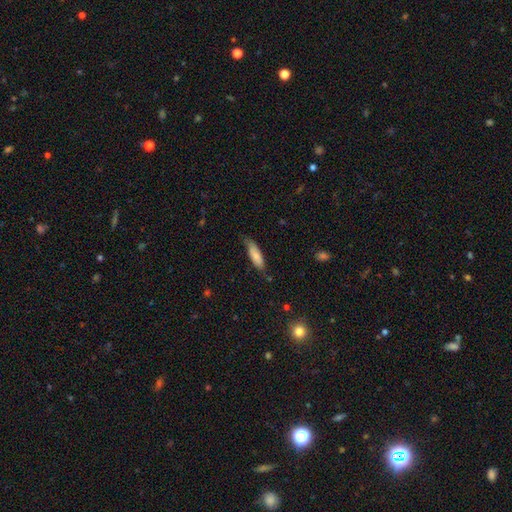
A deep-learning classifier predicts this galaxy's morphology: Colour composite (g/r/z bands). It shows a smooth galaxy with no disk features (75%) that is in between round and cigar-shaped (51%). Merging: none (65%).